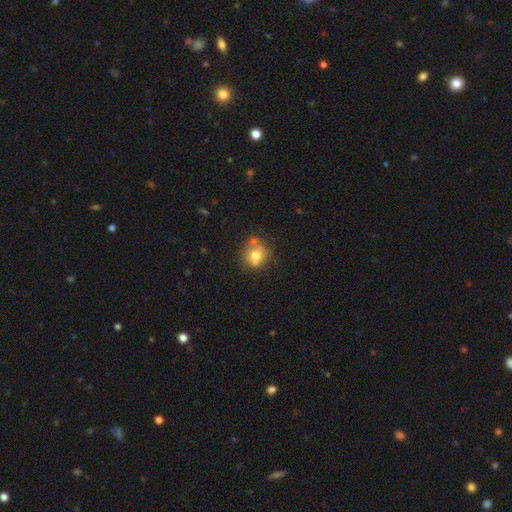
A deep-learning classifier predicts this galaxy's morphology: smooth 67%, featured or disk 21%, star or artifact 11%. Down the decision tree: how rounded — round (79%); merging — none (57%).